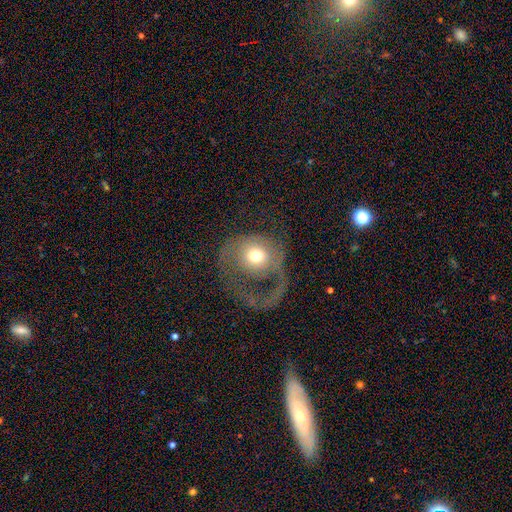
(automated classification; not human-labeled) A featured or disk galaxy (48%). Merging: major disturbance (63%).